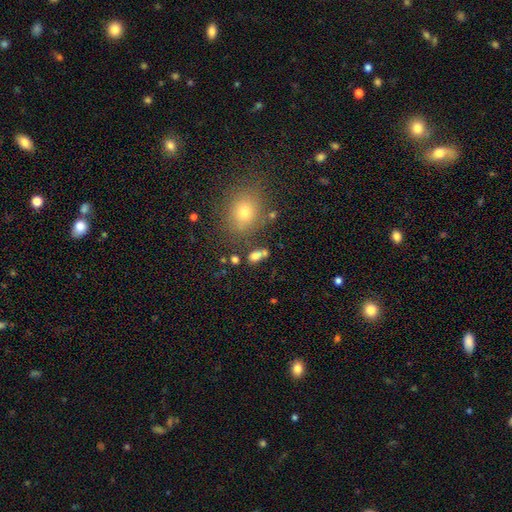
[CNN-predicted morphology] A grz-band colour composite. It shows a smooth galaxy with no disk features (75%) that is in between round and cigar-shaped (69%). Merging: none (53%).